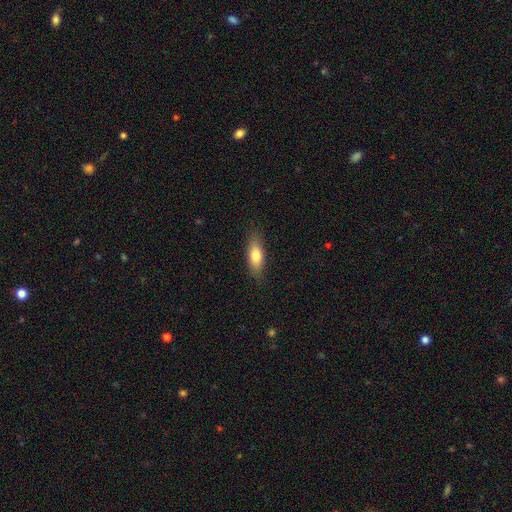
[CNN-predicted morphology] Smooth or featured? Predicted: smooth (p=0.77). How rounded? Predicted: in between (p=0.69). Merging? Predicted: none (p=0.83).